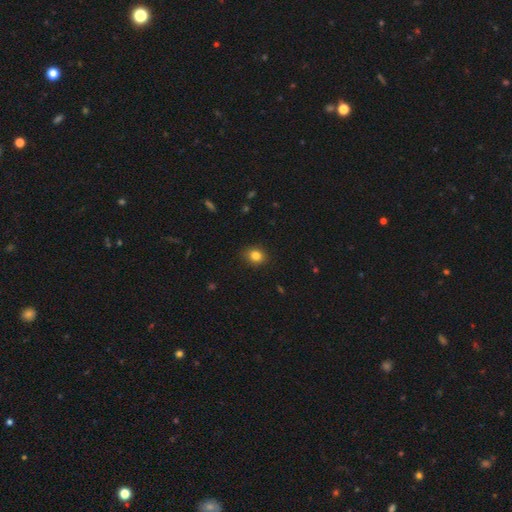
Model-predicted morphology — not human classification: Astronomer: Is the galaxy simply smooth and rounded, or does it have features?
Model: smooth — 83%.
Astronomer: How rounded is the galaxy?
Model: round — 56% (runner-up: in between, 43%).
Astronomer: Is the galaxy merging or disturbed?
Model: none — 87%.